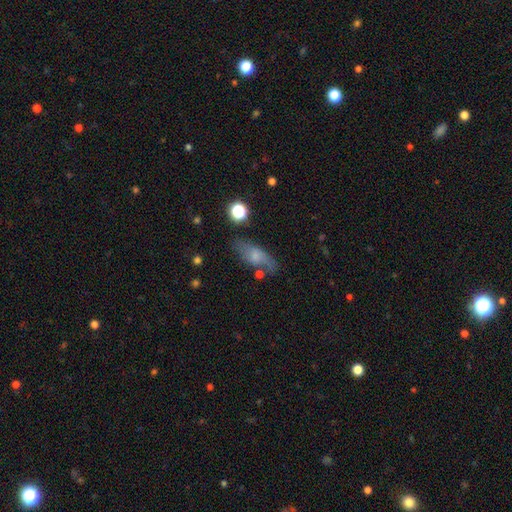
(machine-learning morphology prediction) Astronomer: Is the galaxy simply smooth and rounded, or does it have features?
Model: smooth — 58%.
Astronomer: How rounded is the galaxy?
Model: in between — 70%.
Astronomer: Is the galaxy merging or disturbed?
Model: none — 63%.